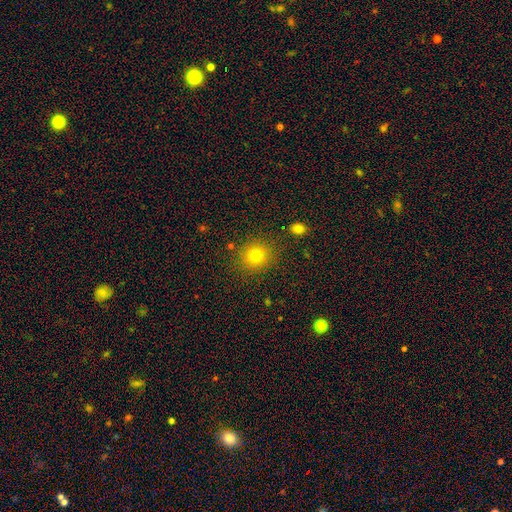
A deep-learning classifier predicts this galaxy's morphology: Overall: smooth (78%). How rounded: round (87%). Merging: none (87%).